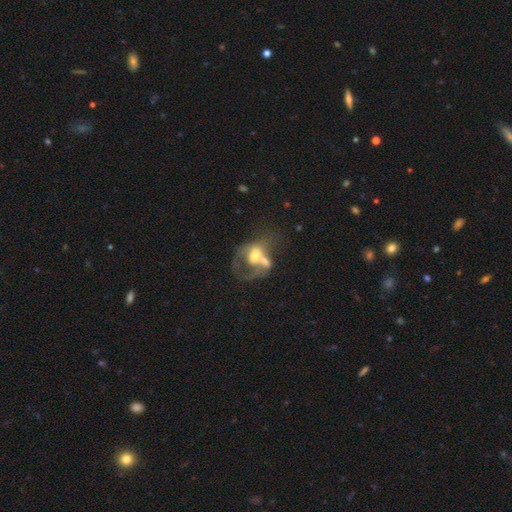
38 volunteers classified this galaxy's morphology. Smooth or featured: smooth — 47% (featured or disk — 45%)
How rounded: in between — 61% (round — 39%)
Merging: merger — 51% (major disturbance — 29%)